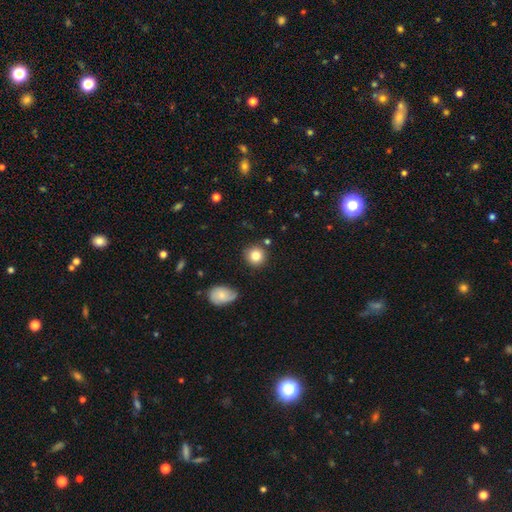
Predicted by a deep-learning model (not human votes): This appears to be a smooth galaxy with no disk features (82%) that is round (91%). Merging: none (84%).